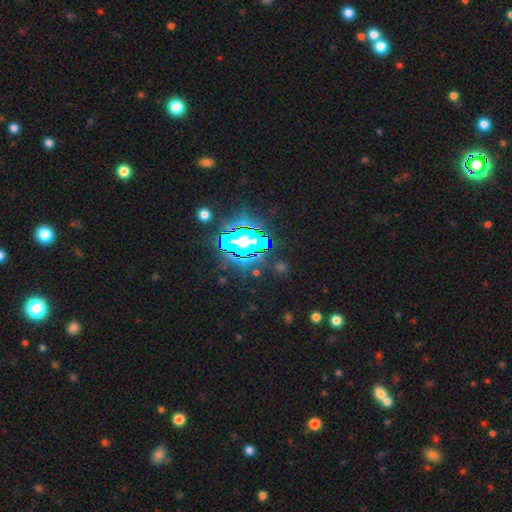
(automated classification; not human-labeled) This appears to be a star or artifact, not a galaxy (82%).